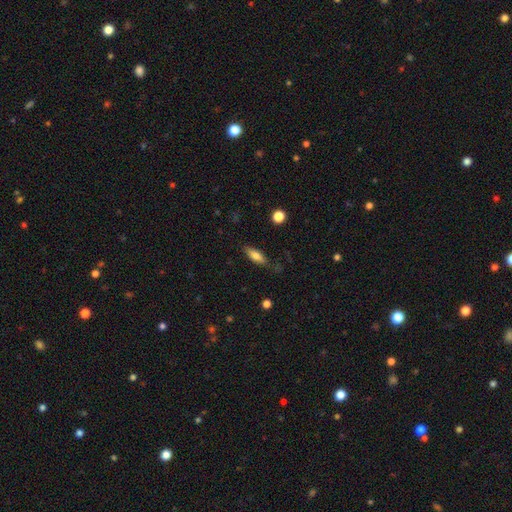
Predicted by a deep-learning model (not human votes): smooth-or-featured: smooth: 72% | featured or disk: 20% | star or artifact: 7%
  how-rounded: in between: 60% | cigar-shaped: 37% | round: 3%
  merging: none: 77% | minor disturbance: 16% | major disturbance: 4% | merger: 2%